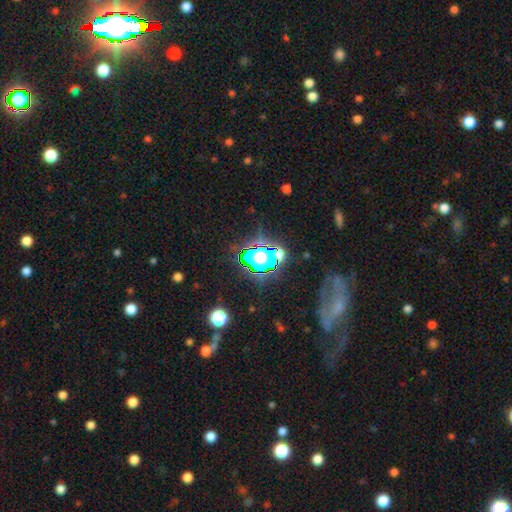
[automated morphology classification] This appears to be a star or artifact, not a galaxy (56%).